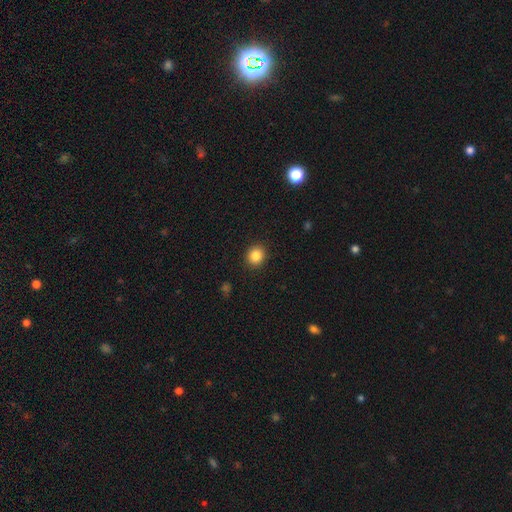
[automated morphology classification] smooth_or_featured: smooth (p=0.85) [alt: star or artifact p=0.10]
how_rounded: round (p=0.83) [alt: in between p=0.16]
merging: none (p=0.91) [alt: minor disturbance p=0.06]